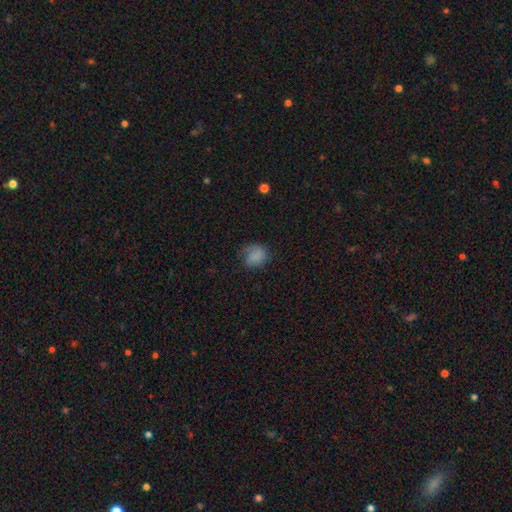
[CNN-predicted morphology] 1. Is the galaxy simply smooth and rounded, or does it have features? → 81% smooth, 10% star or artifact, 9% featured or disk.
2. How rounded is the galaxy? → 61% round, 38% in between, 1% cigar-shaped.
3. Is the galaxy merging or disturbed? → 61% none, 27% minor disturbance, 11% major disturbance, 1% merger.